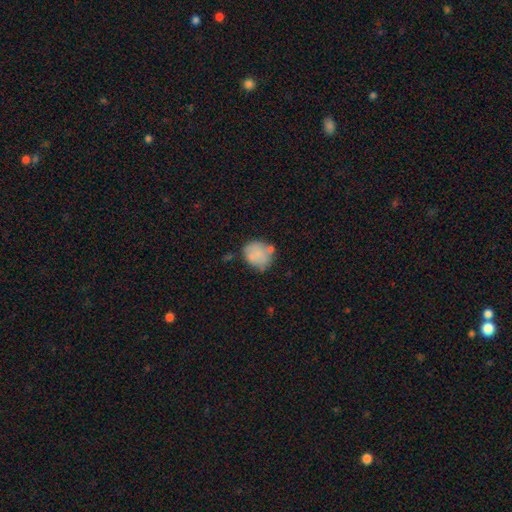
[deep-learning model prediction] smooth-or-featured: smooth: 77% | featured or disk: 15% | star or artifact: 8%
  how-rounded: round: 73% | in between: 26% | cigar-shaped: 1%
  merging: none: 56% | minor disturbance: 24% | merger: 11% | major disturbance: 8%